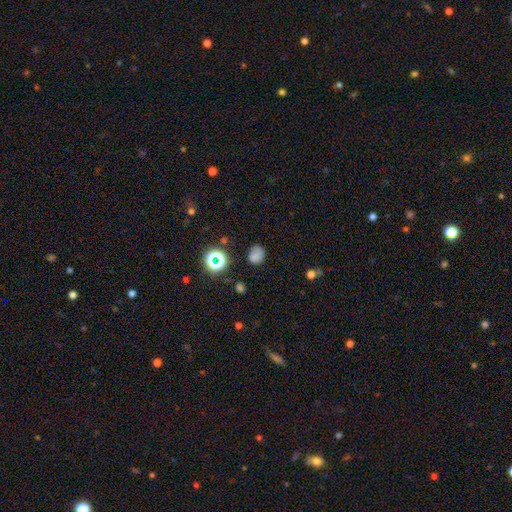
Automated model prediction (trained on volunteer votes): Overall: smooth (69%). How rounded: round (66%; in between 33%). Merging: none (67%).